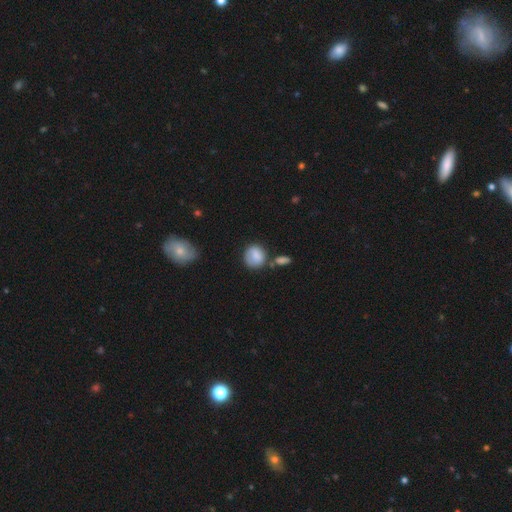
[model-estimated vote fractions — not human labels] Q: Smooth or featured?
A: smooth (82%); runner-up: featured or disk (11%)
Q: How rounded?
A: round (73%); runner-up: in between (26%)
Q: Merging?
A: none (59%); runner-up: minor disturbance (20%)